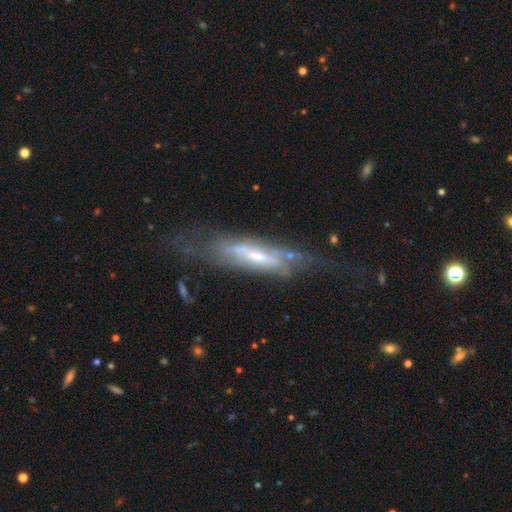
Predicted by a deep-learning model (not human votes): smooth-or-featured: featured or disk: 75% | smooth: 18% | star or artifact: 7%
  disk-edge-on: yes: 56% | no: 44%
  merging: none: 53% | minor disturbance: 24% | major disturbance: 20% | merger: 4%